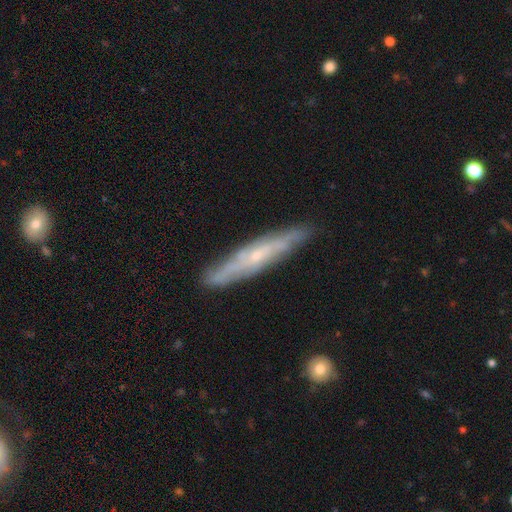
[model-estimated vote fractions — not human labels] Smooth or featured?
  - featured or disk: 68% *
  - smooth: 26%
  - star or artifact: 6%
Edge-on disk?
  - yes: 75% *
  - no: 25%
Edge-on bulge?
  - rounded: 53% *
  - none: 43%
  - boxy: 4%
Merging?
  - none: 84% *
  - minor disturbance: 12%
  - major disturbance: 2%
  - merger: 1%